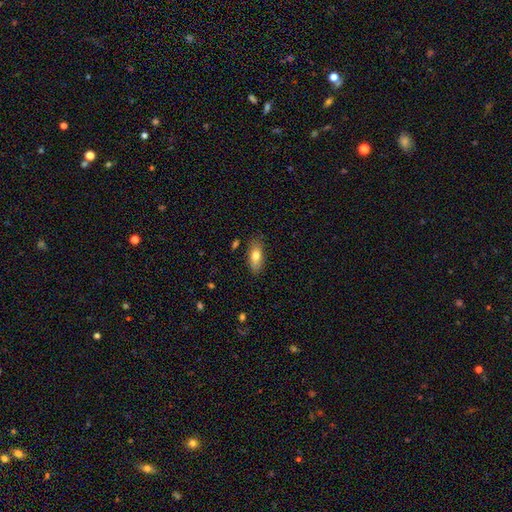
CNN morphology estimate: smooth_or_featured: smooth (p=0.74) [alt: featured or disk p=0.18]
how_rounded: in between (p=0.81) [alt: cigar-shaped p=0.15]
merging: none (p=0.80) [alt: minor disturbance p=0.15]